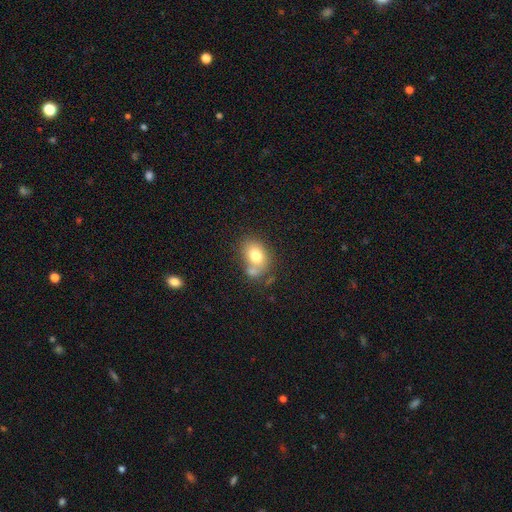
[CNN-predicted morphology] type=smooth (74%); roundness=in between (65%); merging=none (46%).